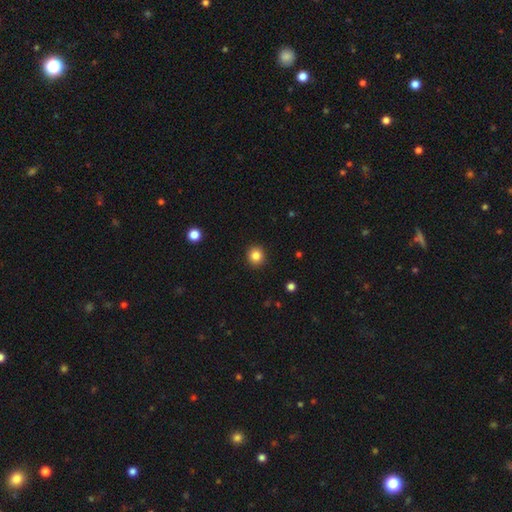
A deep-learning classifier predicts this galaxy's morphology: A smooth galaxy with no disk features (84%) that is round (91%). Merging: none (92%).